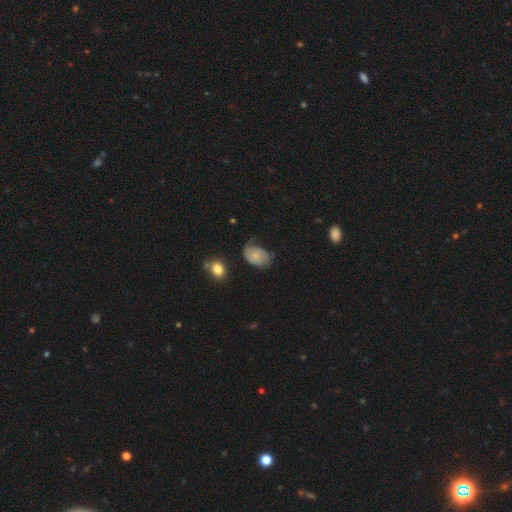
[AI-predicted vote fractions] smooth-or-featured: featured or disk: 49% | smooth: 43% | star or artifact: 8%
  merging: none: 40% | minor disturbance: 36% | major disturbance: 21% | merger: 3%